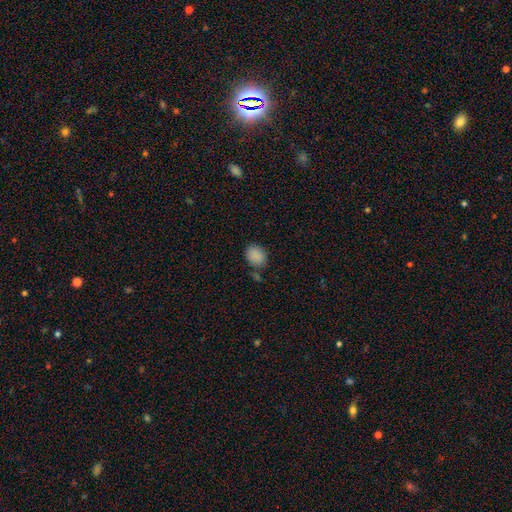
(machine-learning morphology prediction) Smooth or featured?
  - smooth: 87% *
  - star or artifact: 9%
  - featured or disk: 4%
How rounded?
  - in between: 50% *
  - round: 49%
  - cigar-shaped: 1%
Merging?
  - none: 74% *
  - minor disturbance: 15%
  - merger: 7%
  - major disturbance: 4%